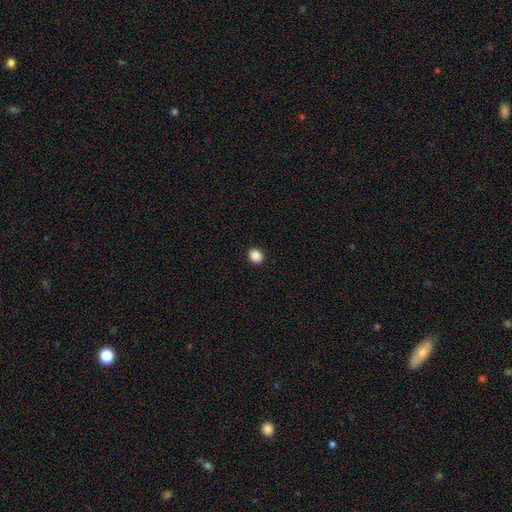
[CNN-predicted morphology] Smooth or featured?
  - smooth: 88% *
  - star or artifact: 9%
  - featured or disk: 2%
How rounded?
  - round: 76% *
  - in between: 23%
  - cigar-shaped: 1%
Merging?
  - none: 92% *
  - minor disturbance: 5%
  - major disturbance: 2%
  - merger: 1%